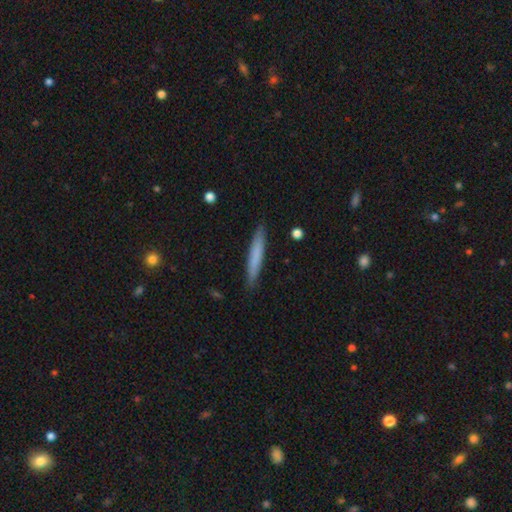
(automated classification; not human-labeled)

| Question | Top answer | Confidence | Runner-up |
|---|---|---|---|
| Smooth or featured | smooth | 71% | featured or disk (23%) |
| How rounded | cigar-shaped | 95% | in between (4%) |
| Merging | none | 89% | minor disturbance (9%) |